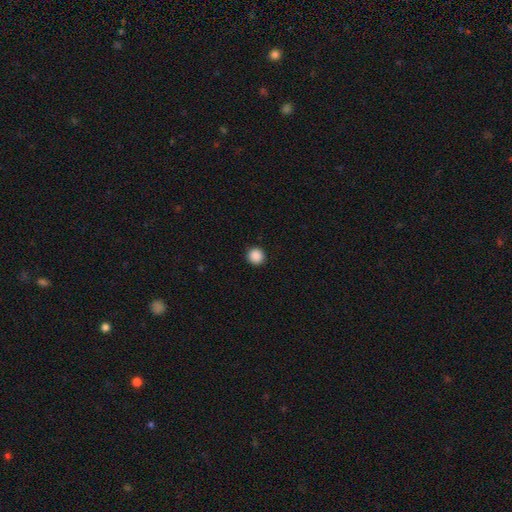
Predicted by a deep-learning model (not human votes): Overall: smooth (89%). How rounded: round (95%). Merging: none (93%).